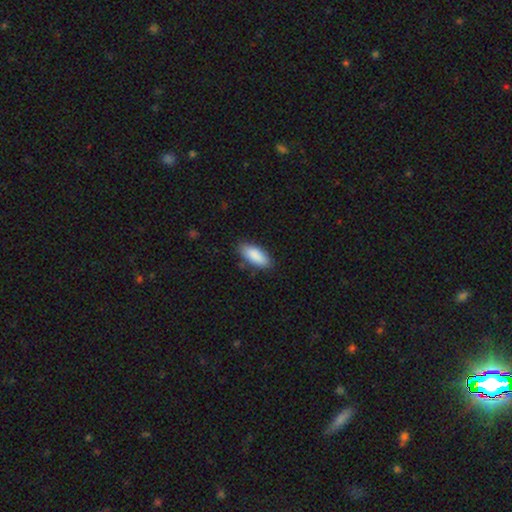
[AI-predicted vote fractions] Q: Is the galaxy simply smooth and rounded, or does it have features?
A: smooth — 89%.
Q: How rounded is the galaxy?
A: in between — 85%.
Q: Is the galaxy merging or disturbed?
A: none — 81%.